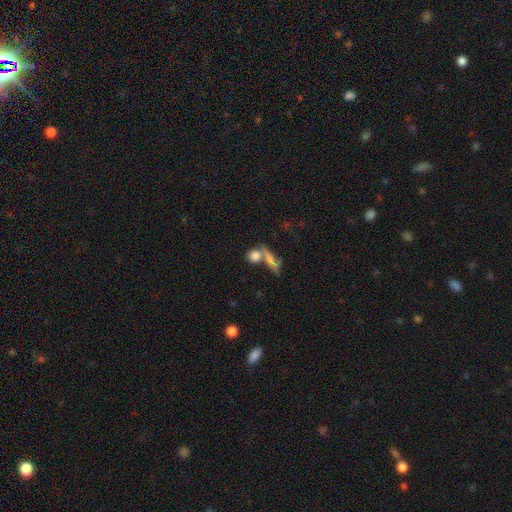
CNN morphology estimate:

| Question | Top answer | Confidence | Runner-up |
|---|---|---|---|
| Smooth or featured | smooth | 76% | featured or disk (14%) |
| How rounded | round | 63% | in between (27%) |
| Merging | none | 43% | merger (41%) |